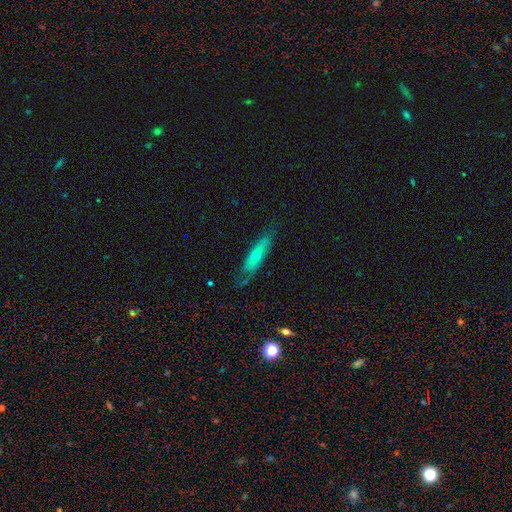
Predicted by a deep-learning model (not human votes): A smooth galaxy with no disk features (47%, tied with featured or disk). Merging: none (67%).